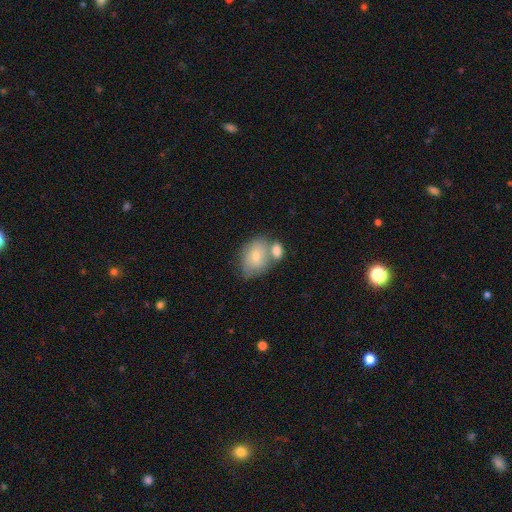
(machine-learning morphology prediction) smooth_or_featured: smooth (p=0.58) [alt: featured or disk p=0.32]
how_rounded: in between (p=0.67) [alt: round p=0.32]
merging: merger (p=0.41) [alt: none p=0.37]